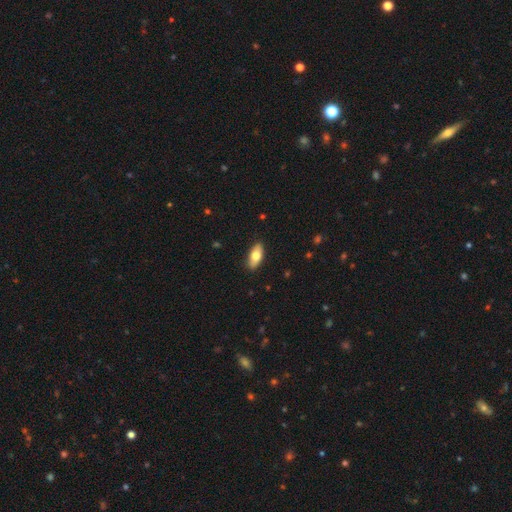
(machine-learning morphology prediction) A smooth galaxy with no disk features (71%) that is in between round and cigar-shaped (84%).

Vote fractions:
- Smooth or featured? smooth: 71% / featured or disk: 23% / star or artifact: 6%
- How rounded? in between: 84% / cigar-shaped: 12% / round: 3%
- Merging? none: 88% / minor disturbance: 9% / major disturbance: 2% / merger: 1%